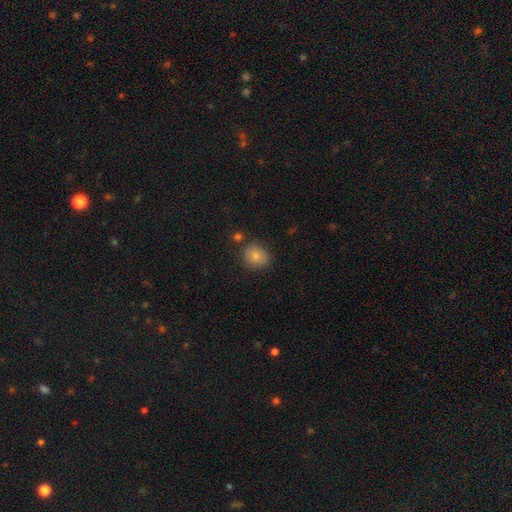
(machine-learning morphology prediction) smooth 83%, star or artifact 10%, featured or disk 7%. Down the decision tree: how rounded — round (75%); merging — none (78%).